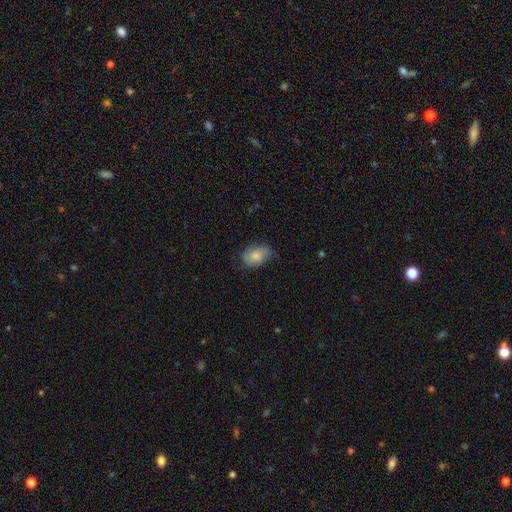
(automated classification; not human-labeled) Overall: smooth (76%). How rounded: in between (81%). Merging: none (59%; minor disturbance 31%).